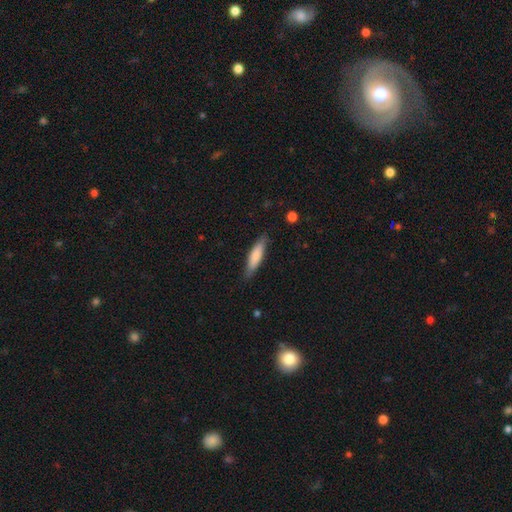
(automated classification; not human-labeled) Smooth or featured: smooth — 76% (featured or disk — 18%)
How rounded: cigar-shaped — 74% (in between — 25%)
Merging: none — 83% (minor disturbance — 14%)